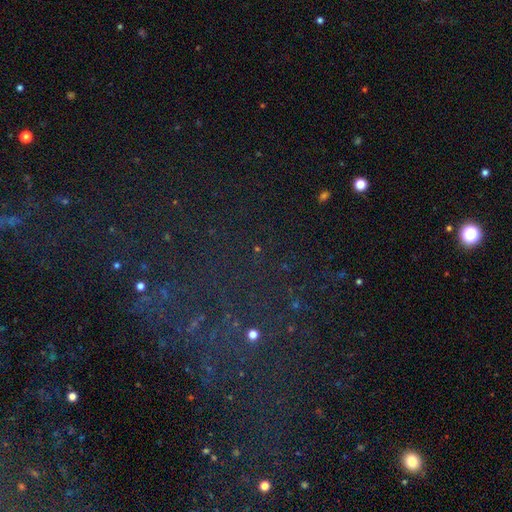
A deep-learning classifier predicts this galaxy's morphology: smooth-or-featured: star or artifact: 67% | smooth: 17% | featured or disk: 16%